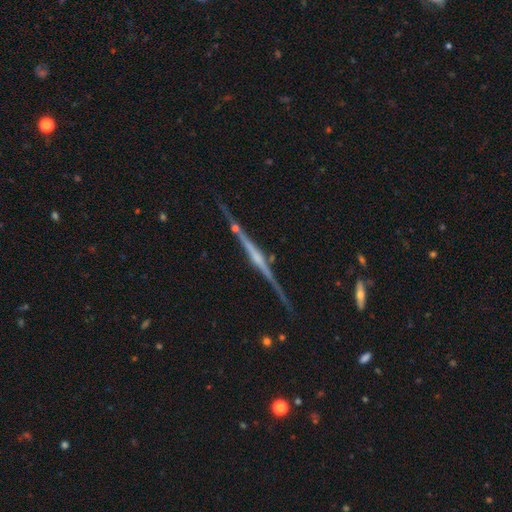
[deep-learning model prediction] smooth-or-featured: featured or disk: 86% | smooth: 8% | star or artifact: 7%
  disk-edge-on: yes: 98% | no: 2%
    edge-on-bulge: rounded: 56% | boxy: 23% | none: 22%
  merging: none: 84% | minor disturbance: 11% | major disturbance: 3% | merger: 2%